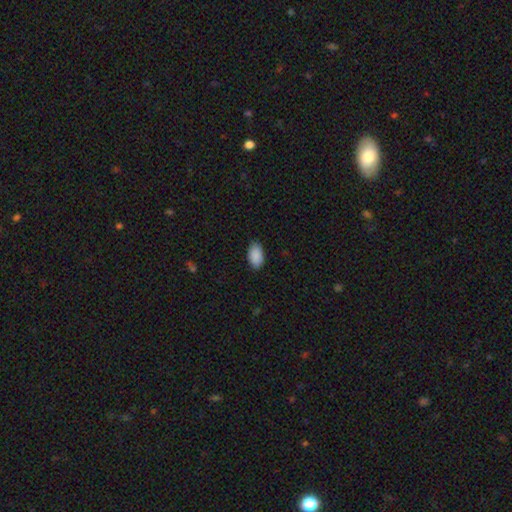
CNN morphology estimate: Smooth or featured? Predicted: smooth (p=0.91). How rounded? Predicted: in between (p=0.95). Merging? Predicted: none (p=0.87).